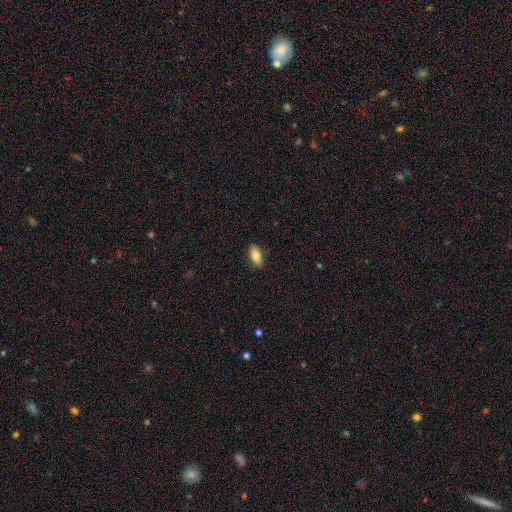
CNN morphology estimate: smooth-or-featured: smooth: 76% | featured or disk: 17% | star or artifact: 6%
  how-rounded: in between: 79% | cigar-shaped: 19% | round: 3%
  merging: none: 88% | minor disturbance: 9% | major disturbance: 2% | merger: 1%